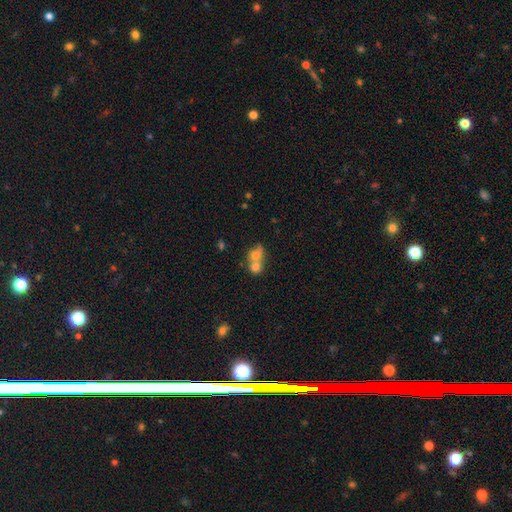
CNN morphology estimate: This appears to be a smooth galaxy with no disk features (69%) that is round (59%). Merging: merger (71%).